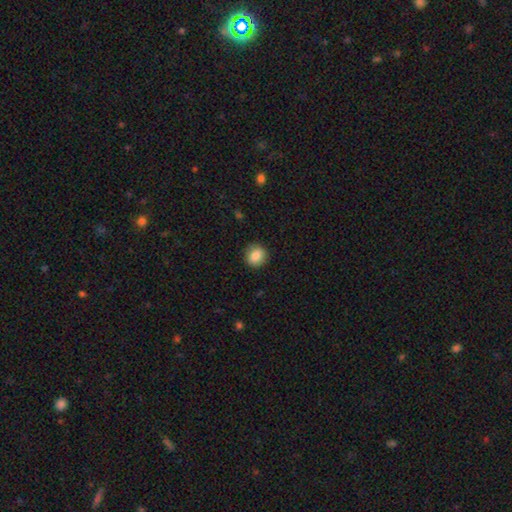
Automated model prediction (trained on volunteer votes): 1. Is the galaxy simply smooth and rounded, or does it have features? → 84% smooth, 9% star or artifact, 8% featured or disk.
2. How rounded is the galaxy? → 82% round, 17% in between, 1% cigar-shaped.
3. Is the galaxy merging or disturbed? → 89% none, 8% minor disturbance, 2% major disturbance, 1% merger.